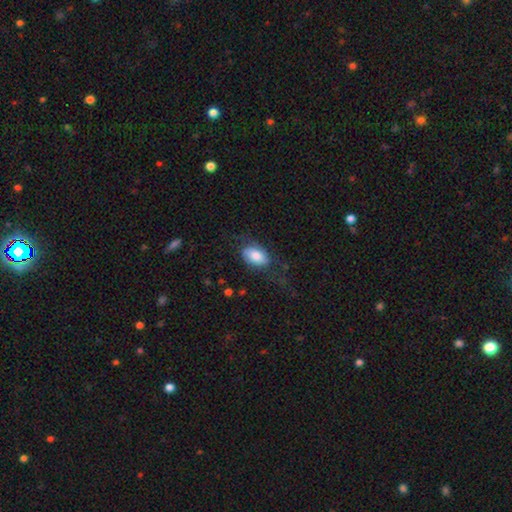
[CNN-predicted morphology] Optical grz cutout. It shows a smooth galaxy with no disk features (73%) that is in between round and cigar-shaped (91%). Merging: none (56%).